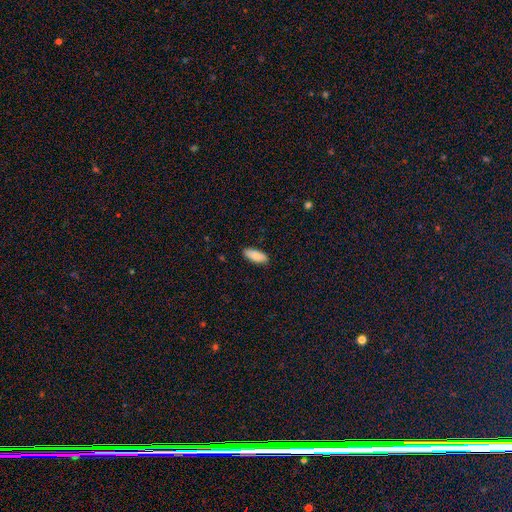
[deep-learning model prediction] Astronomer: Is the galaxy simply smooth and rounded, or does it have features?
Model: smooth — 89%.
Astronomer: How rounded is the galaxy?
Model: in between — 79%.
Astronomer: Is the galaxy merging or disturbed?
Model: none — 89%.